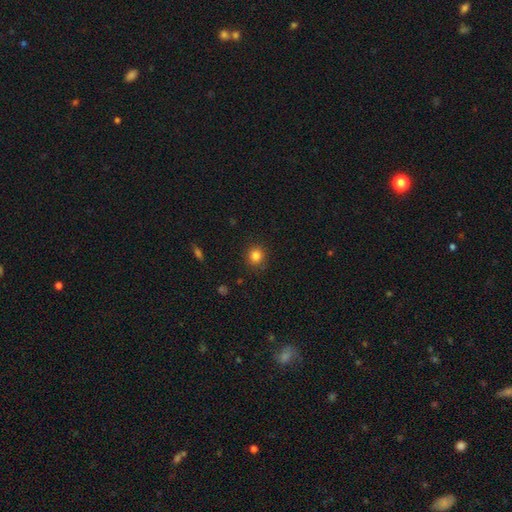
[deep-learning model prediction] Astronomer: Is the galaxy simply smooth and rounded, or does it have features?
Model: smooth — 84%.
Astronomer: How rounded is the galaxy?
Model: round — 89%.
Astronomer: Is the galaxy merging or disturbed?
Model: none — 88%.